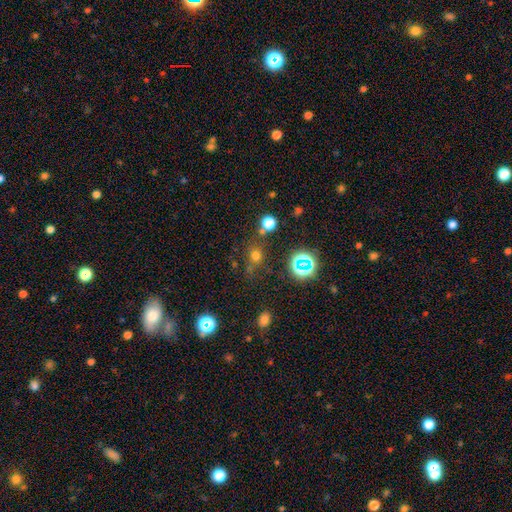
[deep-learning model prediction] smooth_or_featured: smooth (p=0.54) [alt: star or artifact p=0.36]
how_rounded: round (p=0.82) [alt: in between p=0.17]
merging: none (p=0.69) [alt: minor disturbance p=0.13]